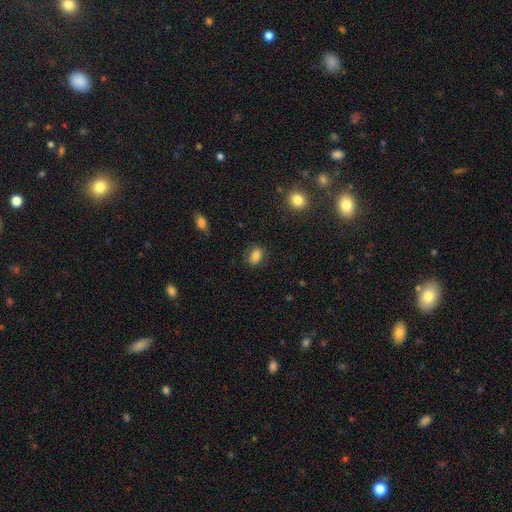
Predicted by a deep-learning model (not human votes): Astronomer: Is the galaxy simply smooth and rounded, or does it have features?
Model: smooth — 84%.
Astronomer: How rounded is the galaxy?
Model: in between — 75%.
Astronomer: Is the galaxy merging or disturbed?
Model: none — 81%.